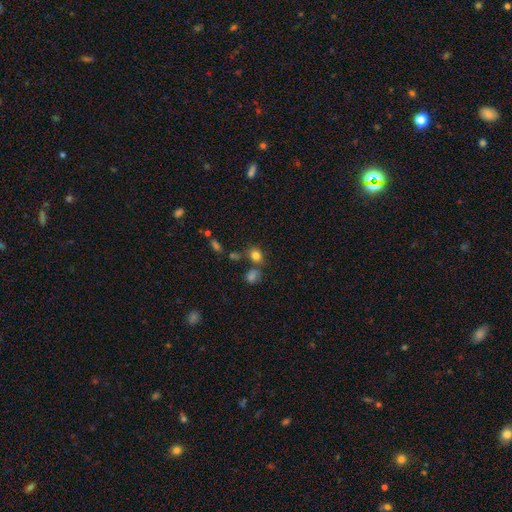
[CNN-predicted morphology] Smooth or featured? Predicted: smooth (p=0.79). How rounded? Predicted: round (p=0.54). Merging? Predicted: none (p=0.65).